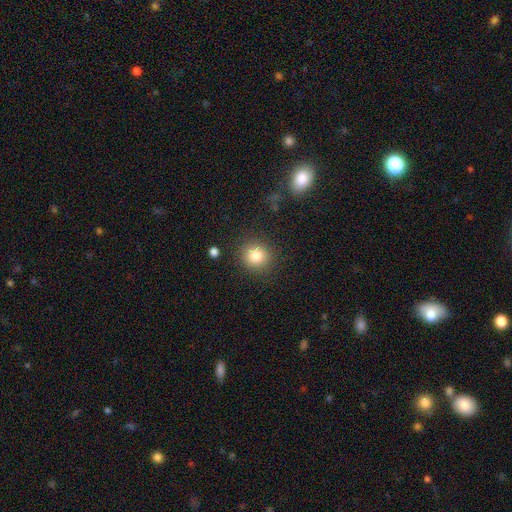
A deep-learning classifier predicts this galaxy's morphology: The model was most divided on "smooth or featured": smooth: 82%, star or artifact: 11%, featured or disk: 7%. More confident: how rounded — round (91%); merging — none (88%).